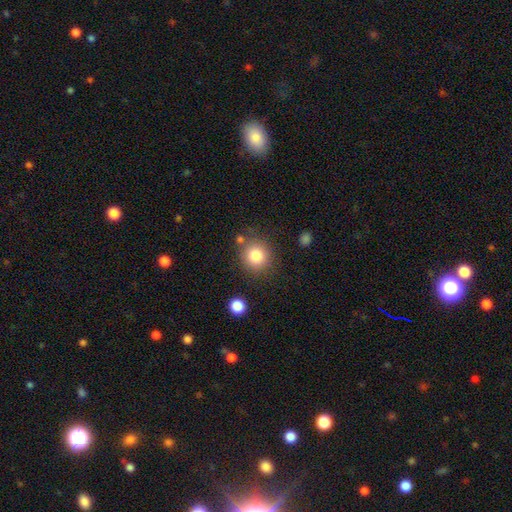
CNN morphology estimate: This appears to be a smooth galaxy with no disk features (82%) that is round (89%). Merging: none (79%).